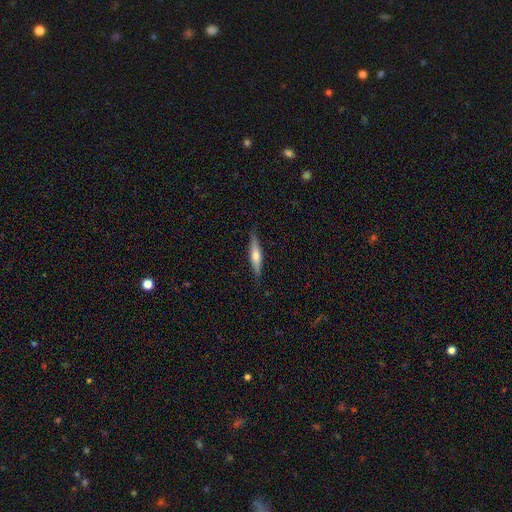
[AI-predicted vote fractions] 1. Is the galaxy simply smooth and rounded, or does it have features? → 48% featured or disk, 46% smooth, 6% star or artifact.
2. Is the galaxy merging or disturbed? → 87% none, 10% minor disturbance, 2% major disturbance, 1% merger.